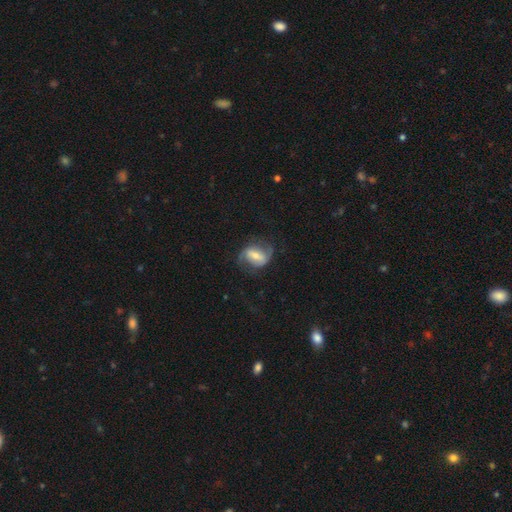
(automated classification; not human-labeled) Morphology: type=featured or disk (68%); edge-on=no (95%); bar=strong (48%); spiral arms=yes (86%); winding=loose (42%); arm count=2 (84%); bulge=moderate (43%); merging=none (62%).